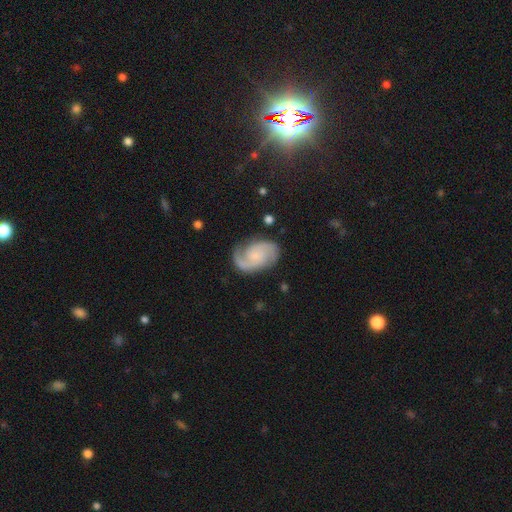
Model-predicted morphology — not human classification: Q: Smooth or featured?
A: featured or disk (85%); runner-up: smooth (9%)
Q: Edge-on disk?
A: no (98%); runner-up: yes (2%)
Q: Bar?
A: no (65%); runner-up: weak (30%)
Q: Spiral arms?
A: yes (97%); runner-up: no (3%)
Q: Spiral winding?
A: medium (50%); runner-up: tight (31%)
Q: Spiral arm count?
A: 2 (89%); runner-up: can't tell (3%)
Q: Bulge size?
A: small (57%); runner-up: none (20%)
Q: Merging?
A: none (78%); runner-up: minor disturbance (15%)